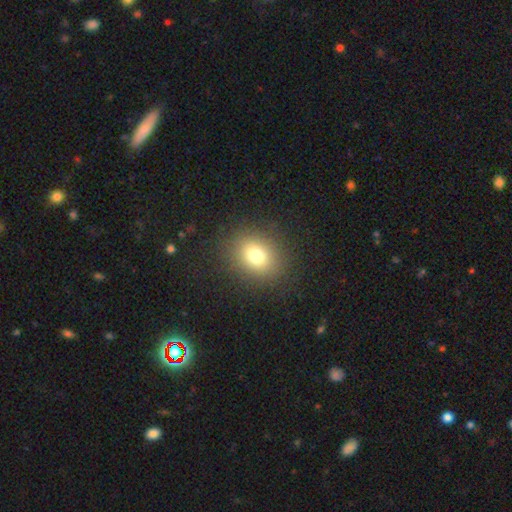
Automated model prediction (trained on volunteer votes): The model was most divided on "how rounded": round: 60%, in between: 39%, cigar-shaped: 1%. More confident: merging — none (86%); smooth or featured — smooth (75%).